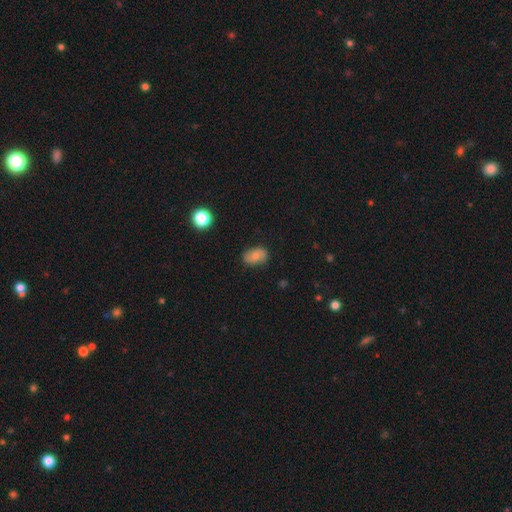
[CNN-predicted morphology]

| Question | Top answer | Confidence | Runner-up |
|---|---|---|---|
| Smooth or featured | smooth | 69% | featured or disk (22%) |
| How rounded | in between | 85% | round (14%) |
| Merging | none | 78% | minor disturbance (16%) |